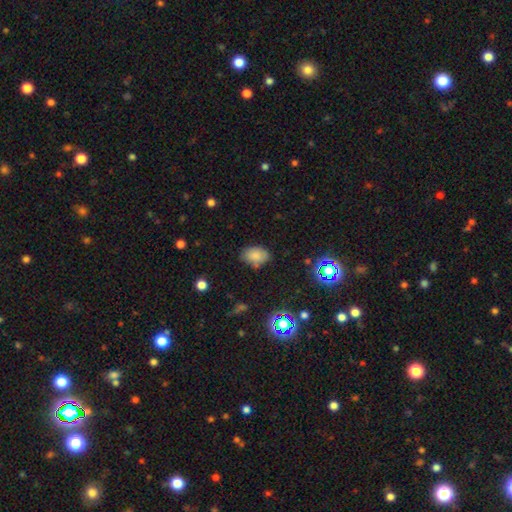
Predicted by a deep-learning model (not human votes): Q: Smooth or featured?
A: smooth (79%); runner-up: star or artifact (13%)
Q: How rounded?
A: in between (81%); runner-up: round (18%)
Q: Merging?
A: none (76%); runner-up: minor disturbance (17%)